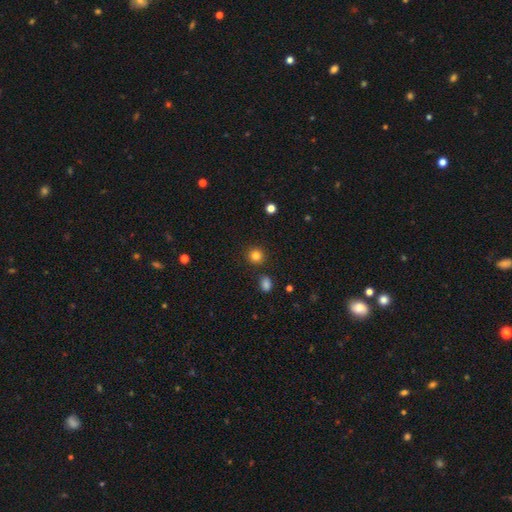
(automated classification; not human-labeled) A smooth galaxy with no disk features (83%) that is round (91%).

Vote fractions:
- Smooth or featured? smooth: 83% / star or artifact: 12% / featured or disk: 5%
- How rounded? round: 91% / in between: 8% / cigar-shaped: 1%
- Merging? none: 89% / minor disturbance: 6% / merger: 3% / major disturbance: 2%